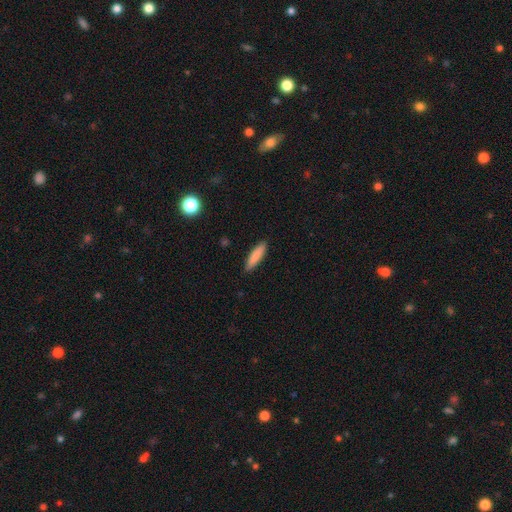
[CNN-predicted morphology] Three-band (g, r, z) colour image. It shows a smooth galaxy with no disk features (84%) that is cigar-shaped (71%). Merging: none (89%).